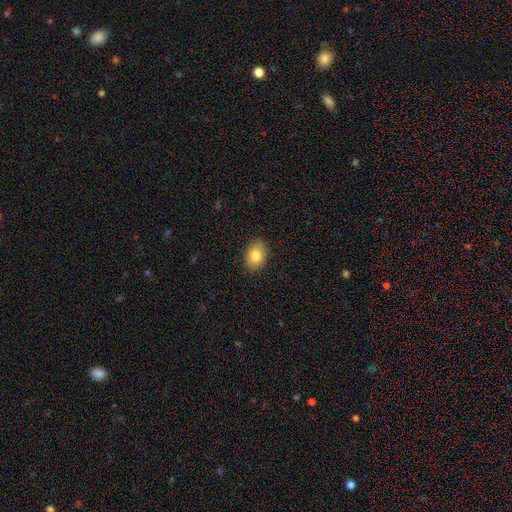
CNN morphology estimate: This is clearly a smooth galaxy (82%). How rounded: likely in between (75%). Merging: clearly none (89%).